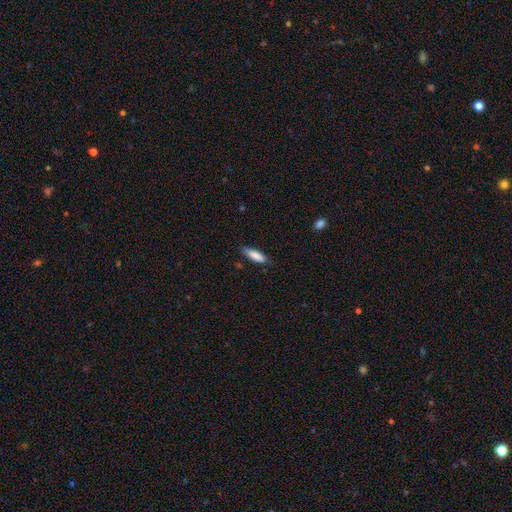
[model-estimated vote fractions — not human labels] The model was most divided on "how rounded": in between: 52%, cigar-shaped: 46%, round: 2%. More confident: smooth or featured — smooth (86%); merging — none (77%).